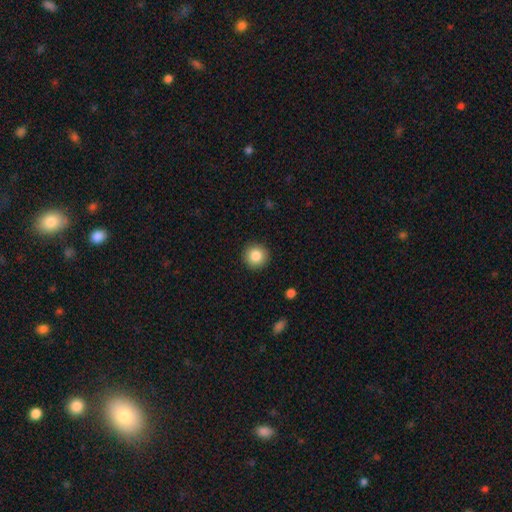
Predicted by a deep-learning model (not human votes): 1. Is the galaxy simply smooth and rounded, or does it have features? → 85% smooth, 9% star or artifact, 6% featured or disk.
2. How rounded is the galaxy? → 95% round, 4% in between, 1% cigar-shaped.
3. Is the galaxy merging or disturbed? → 92% none, 5% minor disturbance, 2% major disturbance, 1% merger.